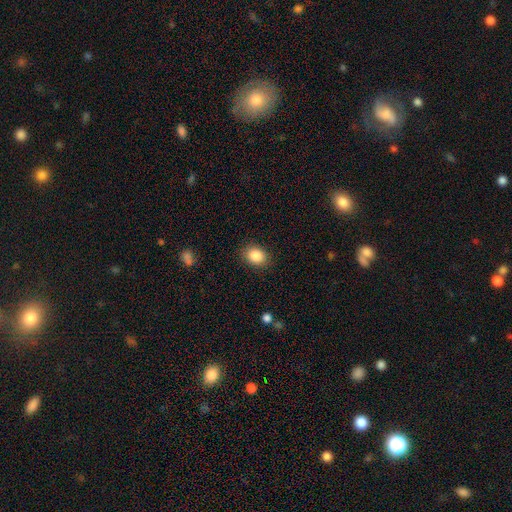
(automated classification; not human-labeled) Overall: smooth (87%). How rounded: in between (61%; round 38%). Merging: none (87%).